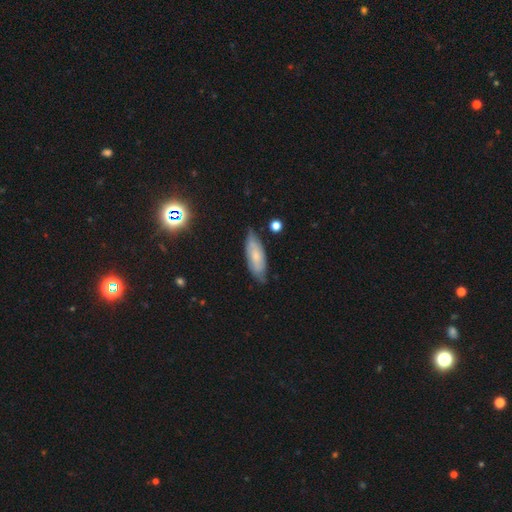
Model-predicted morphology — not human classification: Q: Smooth or featured?
A: smooth (56%); runner-up: featured or disk (37%)
Q: How rounded?
A: in between (64%); runner-up: cigar-shaped (33%)
Q: Merging?
A: none (74%); runner-up: minor disturbance (20%)